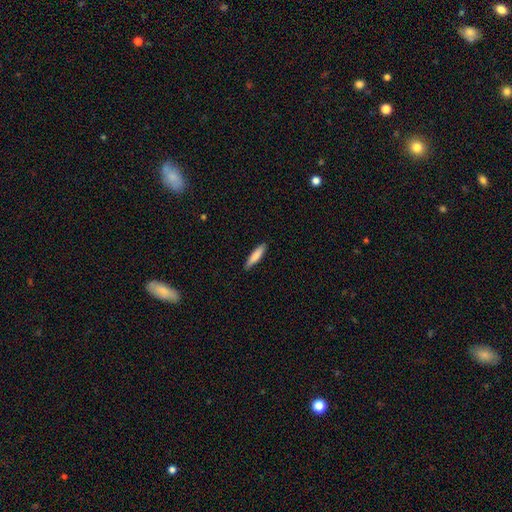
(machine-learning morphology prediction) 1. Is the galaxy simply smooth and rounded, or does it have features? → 83% smooth, 12% featured or disk, 5% star or artifact.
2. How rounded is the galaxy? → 81% cigar-shaped, 17% in between, 1% round.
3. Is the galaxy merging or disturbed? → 89% none, 8% minor disturbance, 2% major disturbance, 1% merger.